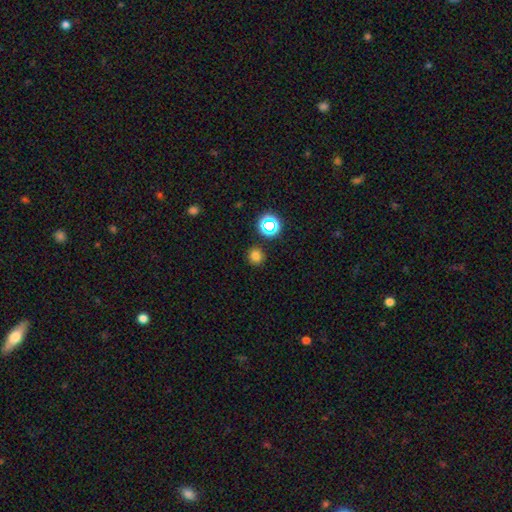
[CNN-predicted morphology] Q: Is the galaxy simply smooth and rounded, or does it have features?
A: smooth — 75%.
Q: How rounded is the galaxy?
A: round — 88%.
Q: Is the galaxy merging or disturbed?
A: none — 88%.